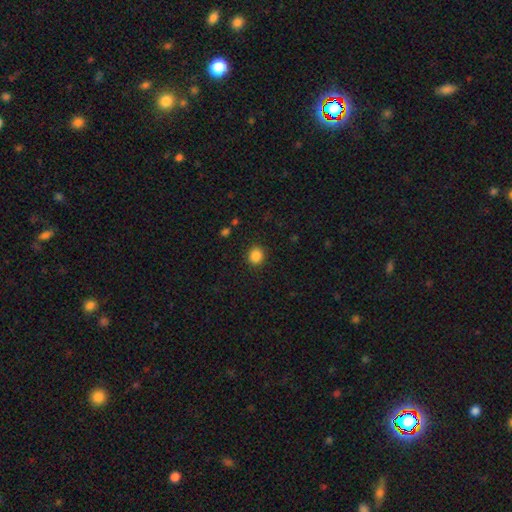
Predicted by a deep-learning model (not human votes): Q: Smooth or featured?
A: smooth (86%); runner-up: star or artifact (10%)
Q: How rounded?
A: round (82%); runner-up: in between (17%)
Q: Merging?
A: none (90%); runner-up: minor disturbance (6%)